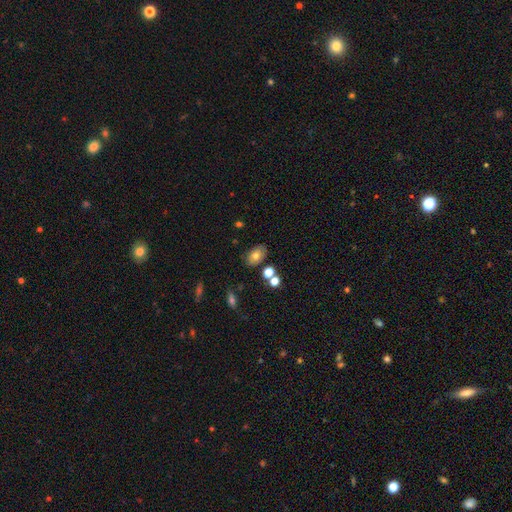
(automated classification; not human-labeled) Smooth or featured? Predicted: smooth (p=0.70). How rounded? Predicted: in between (p=0.84). Merging? Predicted: none (p=0.76).